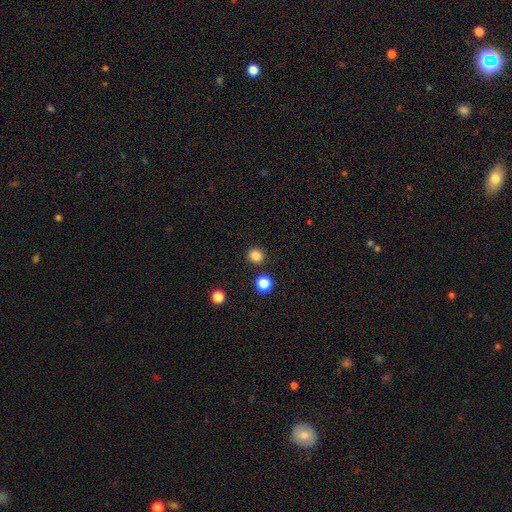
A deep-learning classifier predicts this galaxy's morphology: Q: Smooth or featured?
A: smooth (84%); runner-up: star or artifact (13%)
Q: How rounded?
A: round (90%); runner-up: in between (9%)
Q: Merging?
A: none (89%); runner-up: minor disturbance (5%)